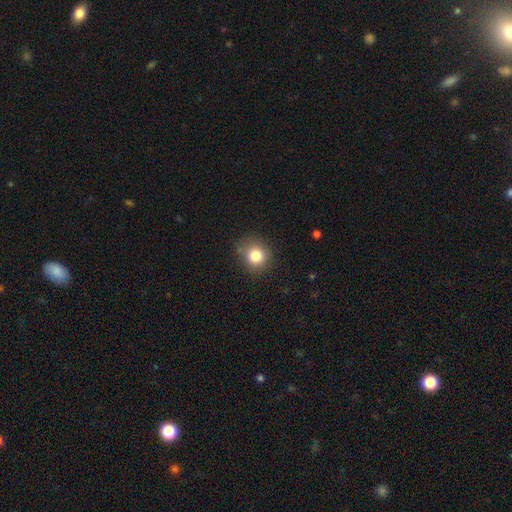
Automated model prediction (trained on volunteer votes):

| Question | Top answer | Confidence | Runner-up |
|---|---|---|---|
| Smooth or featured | smooth | 81% | star or artifact (12%) |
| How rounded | round | 84% | in between (15%) |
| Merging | none | 83% | minor disturbance (12%) |